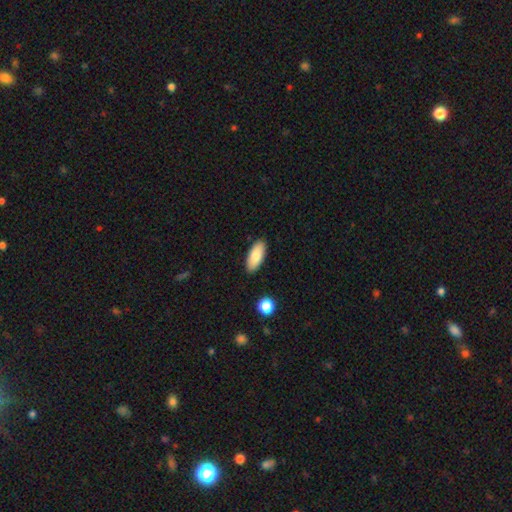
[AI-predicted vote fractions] Smooth or featured: smooth — 84% (featured or disk — 9%)
How rounded: in between — 86% (cigar-shaped — 12%)
Merging: none — 88% (minor disturbance — 8%)